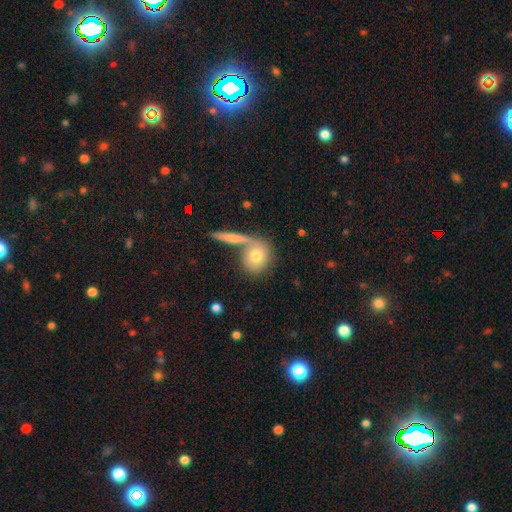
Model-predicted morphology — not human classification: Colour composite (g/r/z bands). It shows a smooth galaxy with no disk features (72%) that is round (77%). Merging: none (50%).